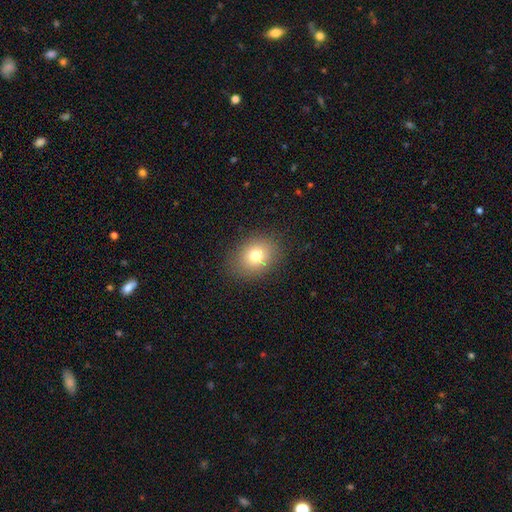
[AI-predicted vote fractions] smooth-or-featured: smooth: 76% | star or artifact: 13% | featured or disk: 11%
  how-rounded: round: 51% | in between: 49% | cigar-shaped: 1%
  merging: none: 86% | minor disturbance: 9% | major disturbance: 3% | merger: 1%